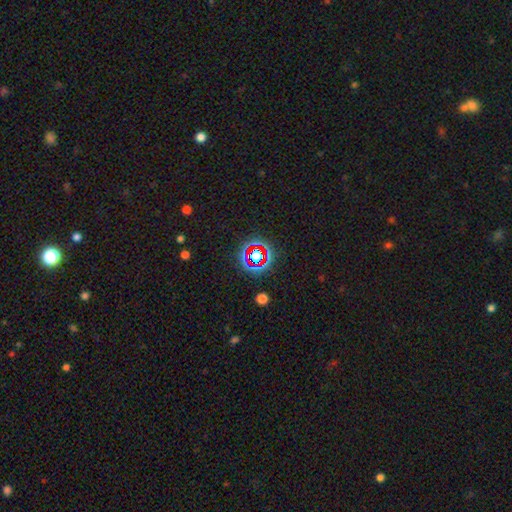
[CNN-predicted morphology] Q: Smooth or featured?
A: star or artifact (69%); runner-up: smooth (20%)